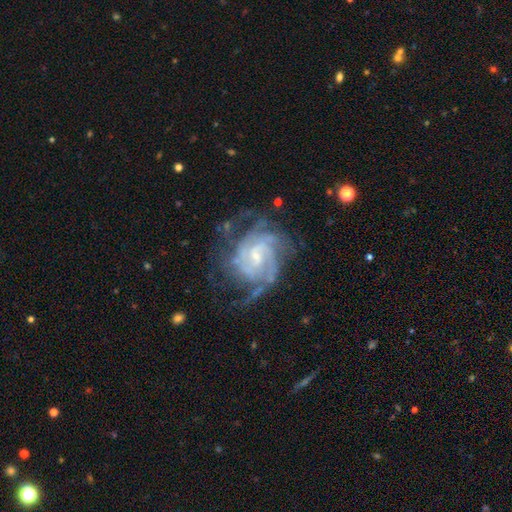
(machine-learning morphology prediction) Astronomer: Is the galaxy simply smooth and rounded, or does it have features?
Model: featured or disk — 87%.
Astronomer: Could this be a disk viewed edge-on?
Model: no — 98%.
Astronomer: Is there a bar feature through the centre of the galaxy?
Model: weak — 50% (runner-up: no, 39%).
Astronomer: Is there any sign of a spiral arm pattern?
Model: yes — 96%.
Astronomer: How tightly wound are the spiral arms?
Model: tight — 50% (runner-up: medium, 39%).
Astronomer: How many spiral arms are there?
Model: can't tell — 30% (runner-up: 3, 22%).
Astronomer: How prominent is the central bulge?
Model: small — 62%.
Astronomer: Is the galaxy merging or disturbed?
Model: none — 60%.